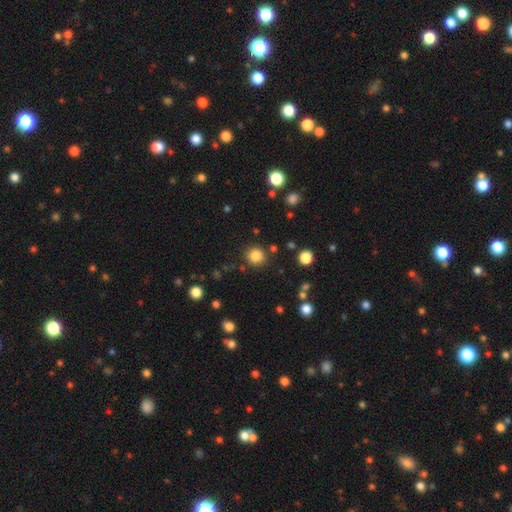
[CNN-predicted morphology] This appears to be a smooth galaxy with no disk features (84%) that is round (91%). Merging: none (87%).